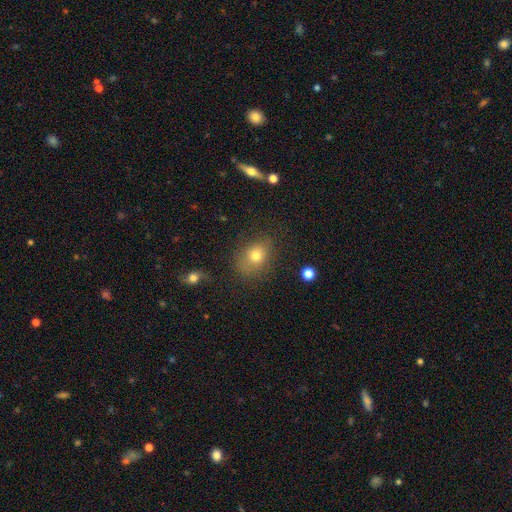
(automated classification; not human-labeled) Smooth or featured: smooth — 73% (featured or disk — 14%)
How rounded: in between — 54% (round — 45%)
Merging: none — 69% (minor disturbance — 19%)